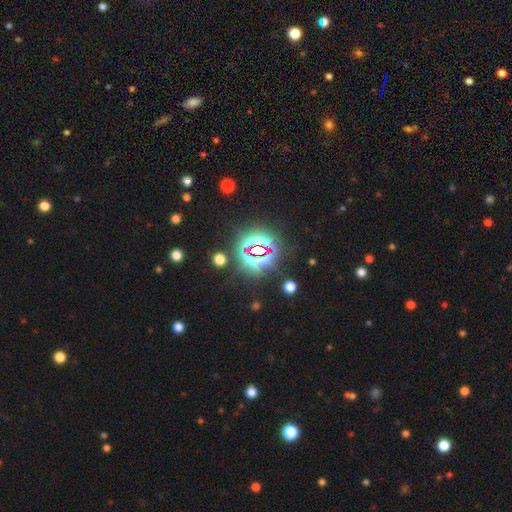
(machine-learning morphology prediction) A star or artifact, not a galaxy (84%).

Vote fractions:
- Smooth or featured? star or artifact: 84% / smooth: 10% / featured or disk: 6%